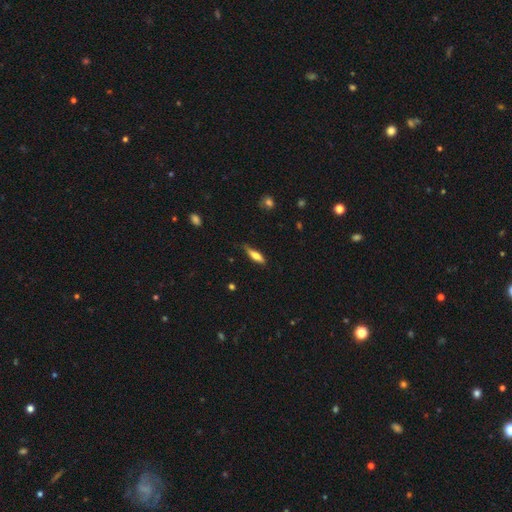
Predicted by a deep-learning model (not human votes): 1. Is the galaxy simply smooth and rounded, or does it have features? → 62% smooth, 32% featured or disk, 7% star or artifact.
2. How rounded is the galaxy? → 65% cigar-shaped, 33% in between, 2% round.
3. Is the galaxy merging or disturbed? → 68% none, 25% minor disturbance, 5% major disturbance, 2% merger.